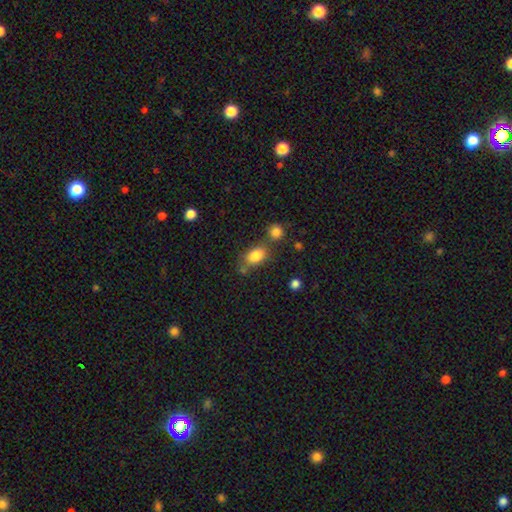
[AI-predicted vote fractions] smooth-or-featured: smooth: 83% | star or artifact: 10% | featured or disk: 7%
  how-rounded: in between: 80% | round: 18% | cigar-shaped: 2%
  merging: none: 59% | merger: 18% | minor disturbance: 17% | major disturbance: 6%